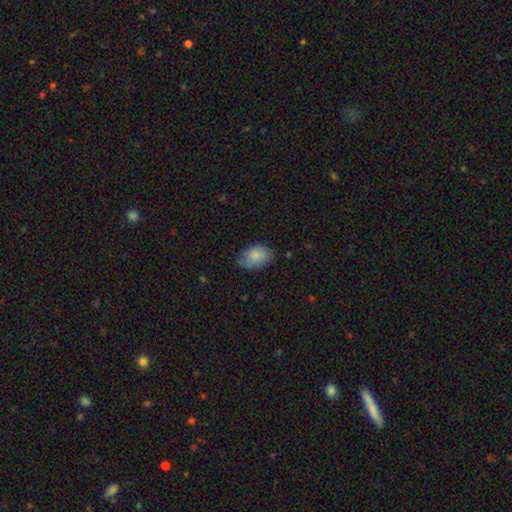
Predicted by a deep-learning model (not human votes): Q: Smooth or featured?
A: smooth (85%); runner-up: featured or disk (8%)
Q: How rounded?
A: in between (87%); runner-up: round (12%)
Q: Merging?
A: none (71%); runner-up: minor disturbance (23%)